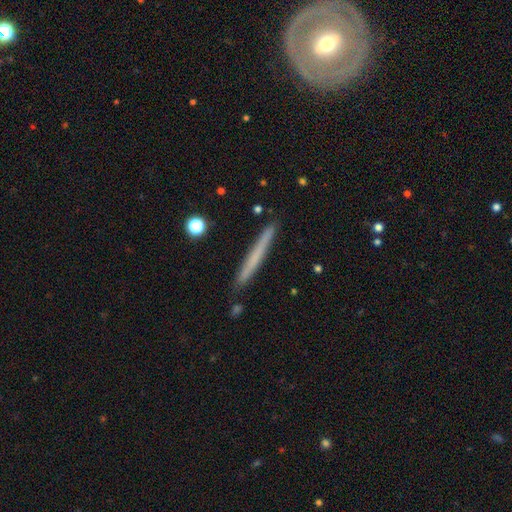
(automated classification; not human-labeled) Q: Smooth or featured?
A: smooth (57%); runner-up: featured or disk (36%)
Q: How rounded?
A: cigar-shaped (97%); runner-up: in between (2%)
Q: Merging?
A: none (90%); runner-up: minor disturbance (7%)